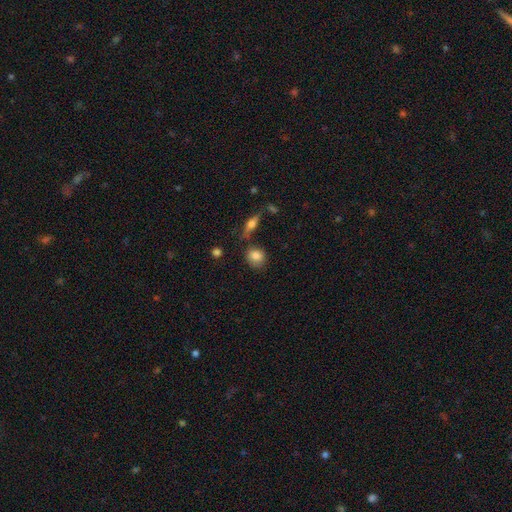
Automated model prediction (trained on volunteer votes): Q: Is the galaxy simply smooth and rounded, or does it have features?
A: smooth — 81%.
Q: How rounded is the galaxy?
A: round — 72%.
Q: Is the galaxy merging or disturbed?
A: none — 74%.